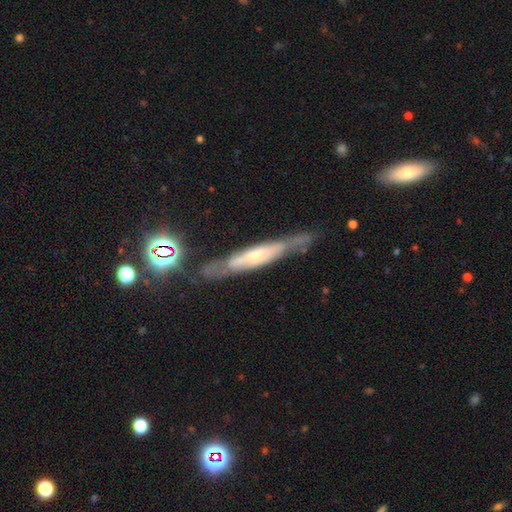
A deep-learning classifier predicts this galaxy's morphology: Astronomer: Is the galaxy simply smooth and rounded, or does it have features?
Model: featured or disk — 66%.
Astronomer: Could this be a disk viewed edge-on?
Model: yes — 72%.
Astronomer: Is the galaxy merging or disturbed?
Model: none — 67%.